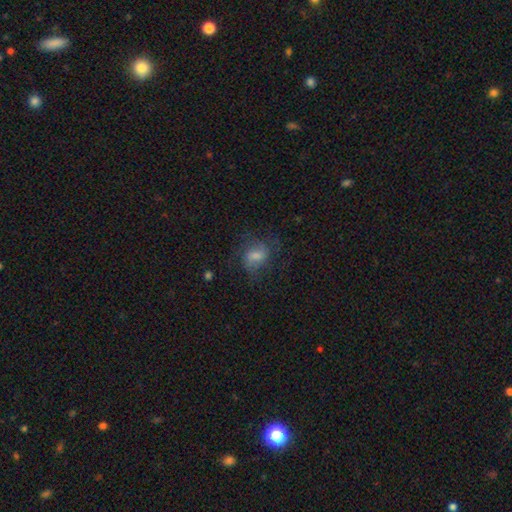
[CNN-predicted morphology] Q: Smooth or featured?
A: smooth (46%); runner-up: featured or disk (39%)
Q: Merging?
A: none (60%); runner-up: minor disturbance (20%)